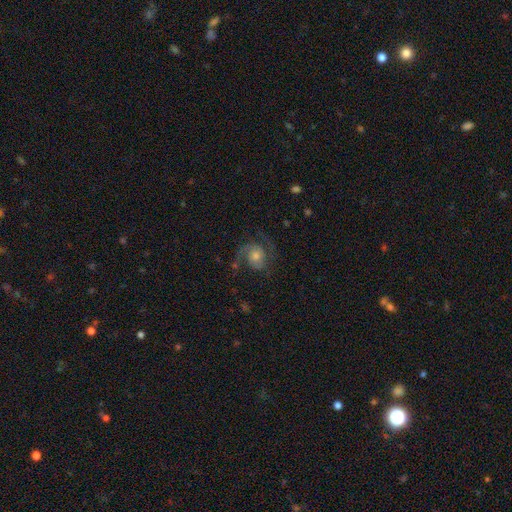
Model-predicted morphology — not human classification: type=featured or disk (81%); edge-on=no (98%); bar=no (71%); spiral arms=yes (96%); winding=medium (52%); arm count=2 (84%); bulge=moderate (49%); merging=none (70%).